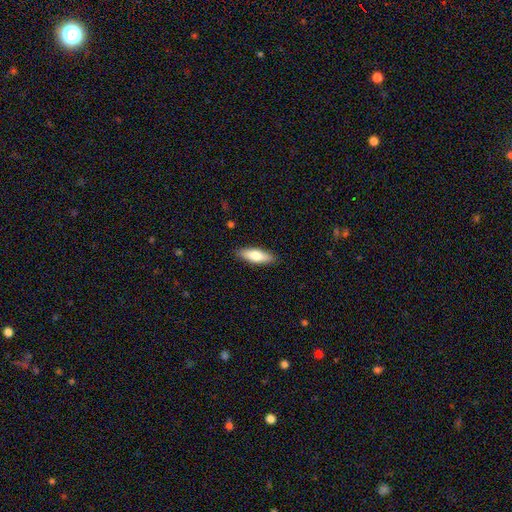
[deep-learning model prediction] Smooth or featured? Predicted: smooth (p=0.74). How rounded? Predicted: in between (p=0.58). Merging? Predicted: none (p=0.89).